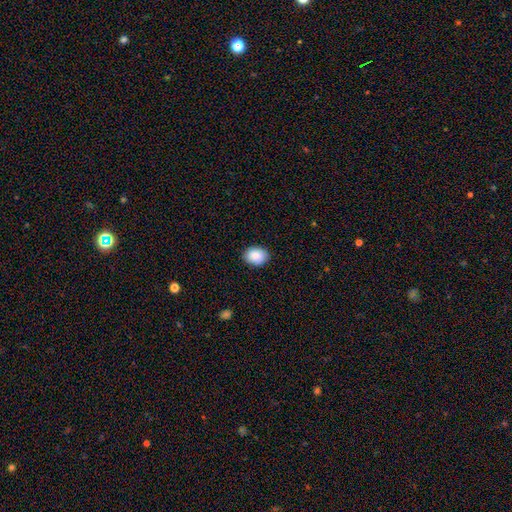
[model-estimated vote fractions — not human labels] smooth-or-featured: smooth: 88% | star or artifact: 7% | featured or disk: 5%
  how-rounded: in between: 64% | round: 35% | cigar-shaped: 1%
  merging: none: 88% | minor disturbance: 9% | major disturbance: 2% | merger: 1%